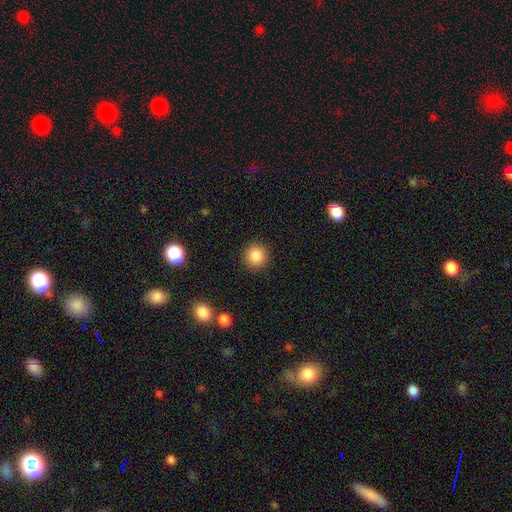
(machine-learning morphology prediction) Smooth or featured: smooth — 86% (star or artifact — 10%)
How rounded: round — 93% (in between — 6%)
Merging: none — 91% (minor disturbance — 6%)